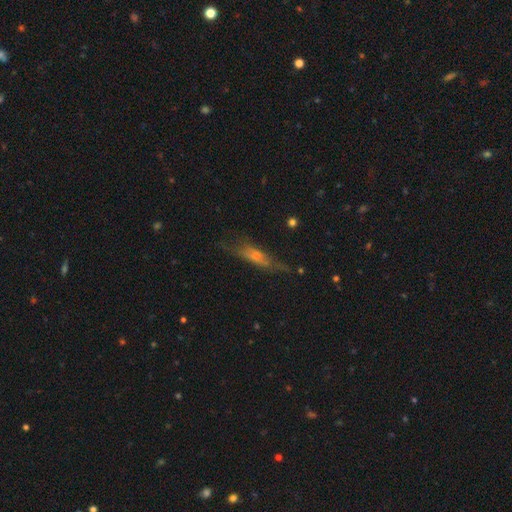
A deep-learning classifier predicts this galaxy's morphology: Smooth or featured? Predicted: featured or disk (p=0.45). Merging? Predicted: none (p=0.55).